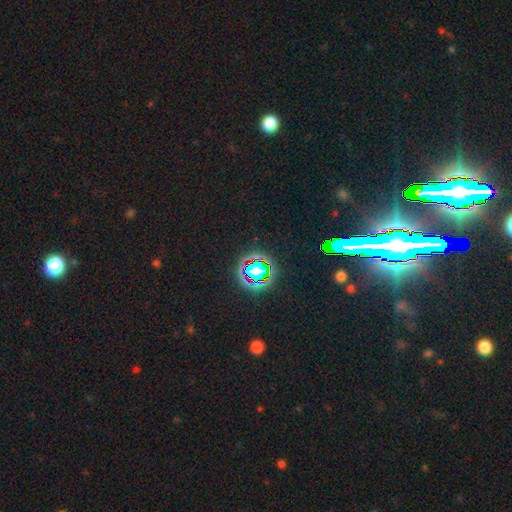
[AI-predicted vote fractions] Overall: star or artifact (82%).